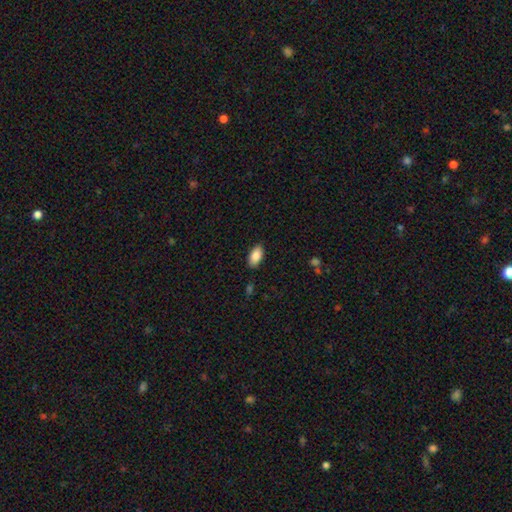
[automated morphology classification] smooth-or-featured: smooth: 88% | star or artifact: 7% | featured or disk: 5%
  how-rounded: in between: 93% | cigar-shaped: 4% | round: 3%
  merging: none: 87% | minor disturbance: 10% | major disturbance: 2% | merger: 1%